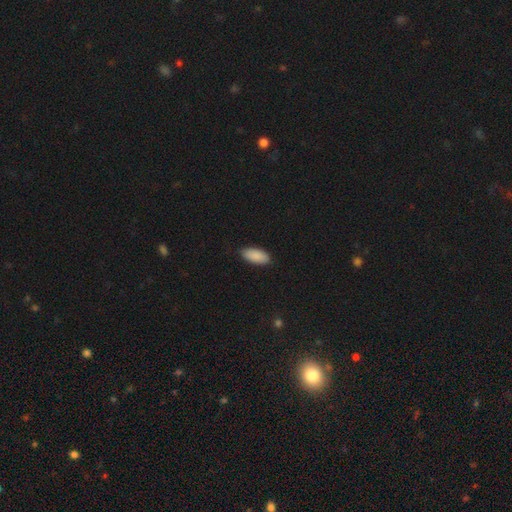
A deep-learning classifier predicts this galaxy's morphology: Q: Smooth or featured?
A: smooth (90%); runner-up: star or artifact (6%)
Q: How rounded?
A: in between (91%); runner-up: cigar-shaped (7%)
Q: Merging?
A: none (87%); runner-up: minor disturbance (10%)